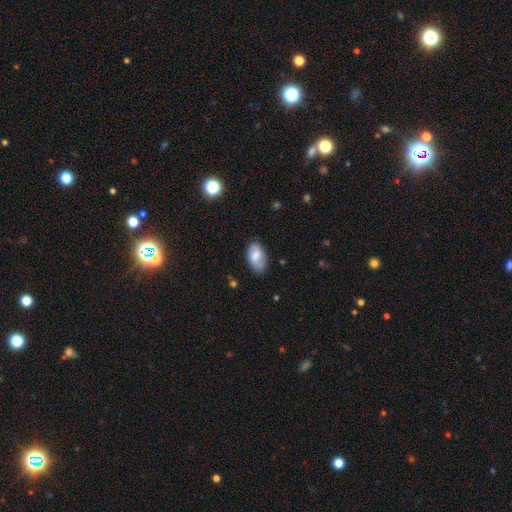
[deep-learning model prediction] Smooth or featured: smooth — 71% (featured or disk — 22%)
How rounded: in between — 93% (round — 5%)
Merging: none — 69% (minor disturbance — 23%)